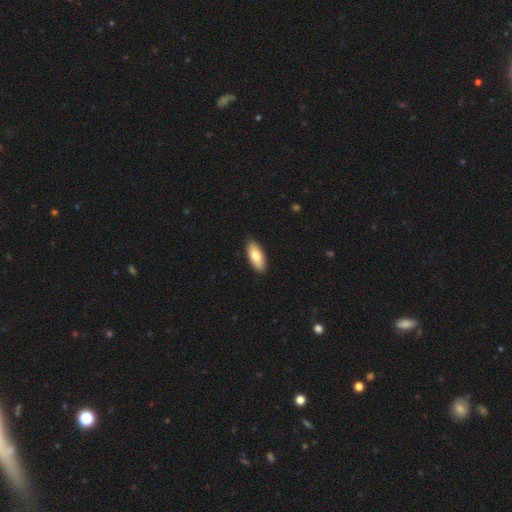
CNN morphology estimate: This appears to be a smooth galaxy with no disk features (78%) that is in between round and cigar-shaped (83%). Merging: none (89%).